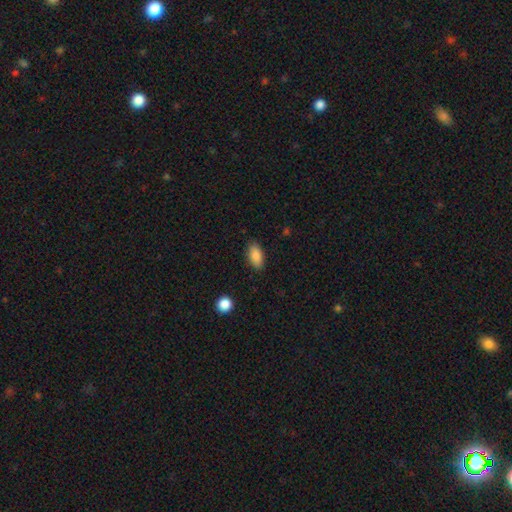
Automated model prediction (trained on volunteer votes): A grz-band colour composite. It shows a smooth galaxy with no disk features (87%) that is in between round and cigar-shaped (90%). Merging: none (86%).